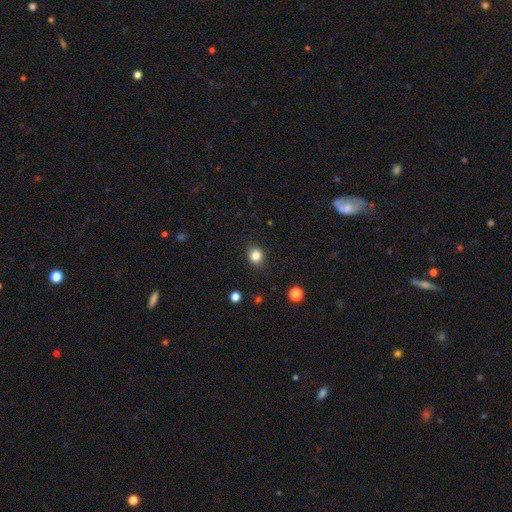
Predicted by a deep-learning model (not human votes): smooth 84%, star or artifact 12%, featured or disk 4%. Down the decision tree: how rounded — round (85%); merging — none (91%).